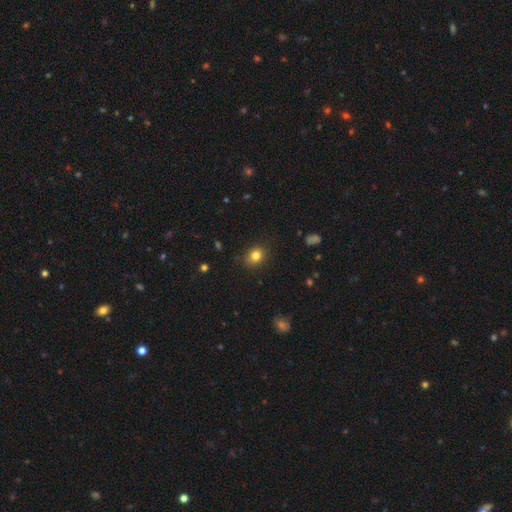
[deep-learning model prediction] This is clearly a smooth galaxy (81%). How rounded: likely round (63%). Merging: clearly none (82%).